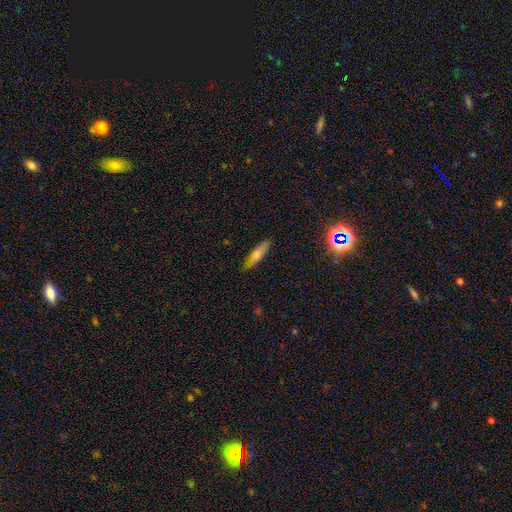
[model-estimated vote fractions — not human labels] A smooth galaxy with no disk features (59%) that is cigar-shaped (68%). Merging: none (83%).